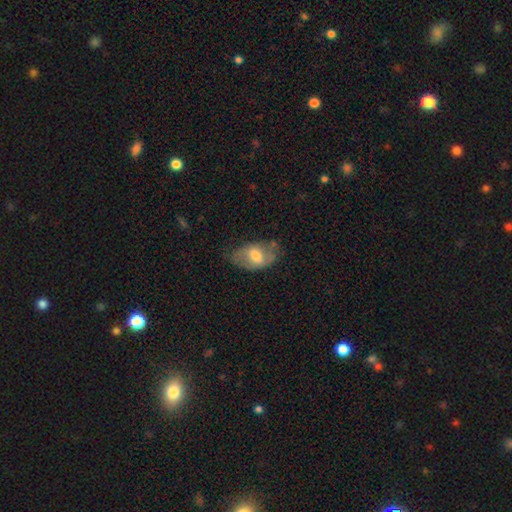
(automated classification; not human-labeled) A smooth galaxy with no disk features (57%) that is in between round and cigar-shaped (89%).

Vote fractions:
- Smooth or featured? smooth: 57% / featured or disk: 36% / star or artifact: 7%
- How rounded? in between: 89% / round: 9% / cigar-shaped: 2%
- Merging? none: 56% / minor disturbance: 30% / major disturbance: 12% / merger: 2%